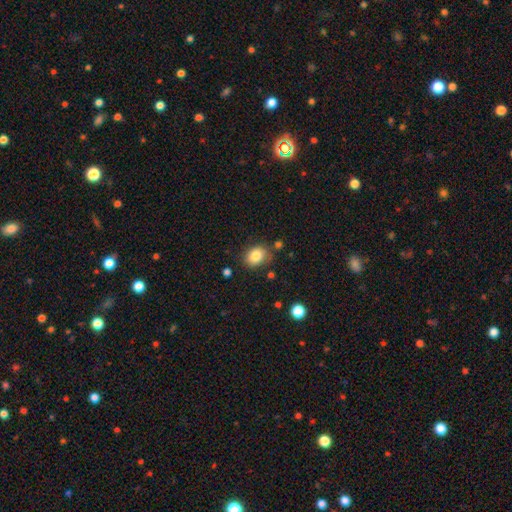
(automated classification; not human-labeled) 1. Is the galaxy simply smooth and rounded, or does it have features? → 84% smooth, 9% star or artifact, 7% featured or disk.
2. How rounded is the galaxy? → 55% in between, 44% round, 1% cigar-shaped.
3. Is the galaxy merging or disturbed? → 75% none, 17% minor disturbance, 4% major disturbance, 4% merger.